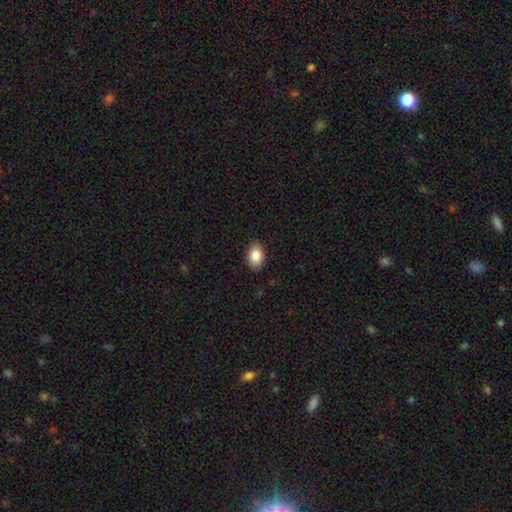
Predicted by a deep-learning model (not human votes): Smooth or featured? Predicted: smooth (p=0.86). How rounded? Predicted: in between (p=0.84). Merging? Predicted: none (p=0.87).